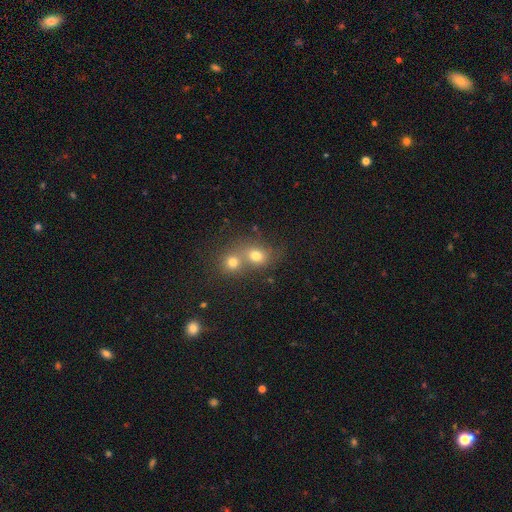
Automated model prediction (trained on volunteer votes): Smooth or featured? Predicted: smooth (p=0.72). How rounded? Predicted: round (p=0.68). Merging? Predicted: merger (p=0.56).